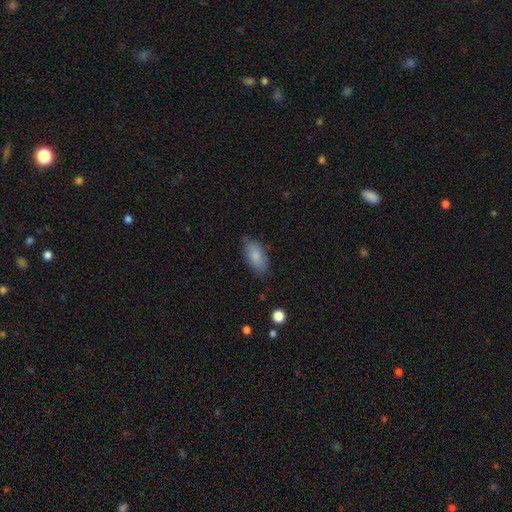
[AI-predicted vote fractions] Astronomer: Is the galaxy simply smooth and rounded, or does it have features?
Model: smooth — 83%.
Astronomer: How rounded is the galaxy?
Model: in between — 91%.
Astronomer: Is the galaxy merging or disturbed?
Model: none — 78%.